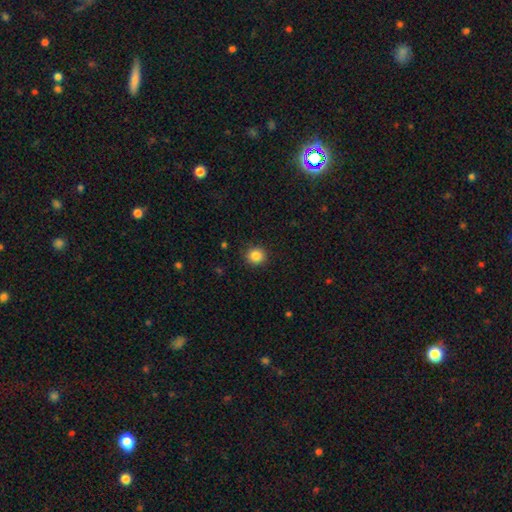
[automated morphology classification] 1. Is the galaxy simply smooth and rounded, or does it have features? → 85% smooth, 10% star or artifact, 4% featured or disk.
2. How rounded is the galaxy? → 90% round, 9% in between, 1% cigar-shaped.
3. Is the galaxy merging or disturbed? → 91% none, 6% minor disturbance, 2% major disturbance, 1% merger.